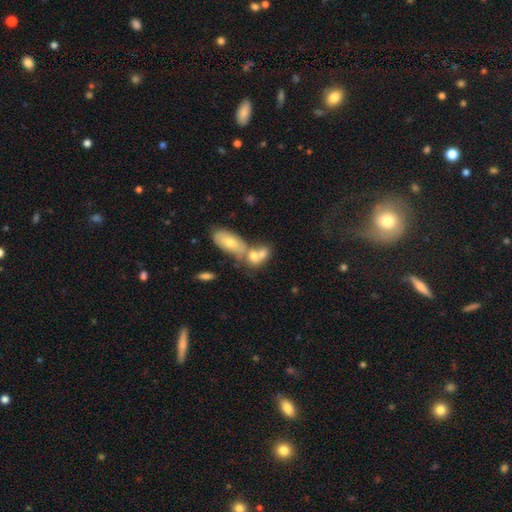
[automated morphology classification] Smooth or featured?
  - smooth: 67% *
  - featured or disk: 24%
  - star or artifact: 9%
How rounded?
  - in between: 77% *
  - round: 18%
  - cigar-shaped: 6%
Merging?
  - merger: 63% *
  - none: 24%
  - minor disturbance: 9%
  - major disturbance: 5%